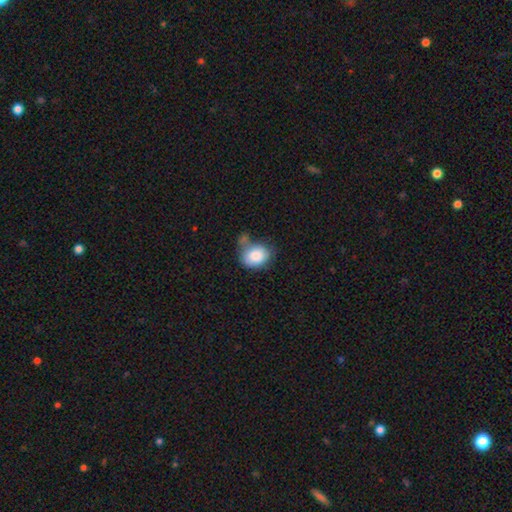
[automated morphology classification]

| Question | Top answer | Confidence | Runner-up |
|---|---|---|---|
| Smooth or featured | smooth | 84% | featured or disk (9%) |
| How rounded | in between | 55% | round (44%) |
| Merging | none | 43% | minor disturbance (26%) |